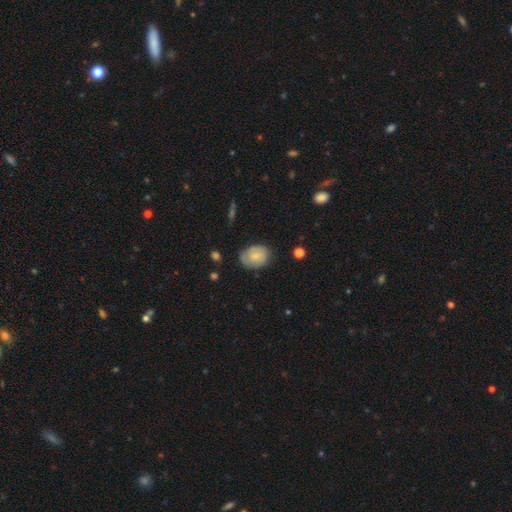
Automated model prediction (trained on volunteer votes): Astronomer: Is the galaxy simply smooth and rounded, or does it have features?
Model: smooth — 65%.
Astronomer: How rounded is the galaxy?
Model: in between — 65%.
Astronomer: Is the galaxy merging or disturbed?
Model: none — 71%.